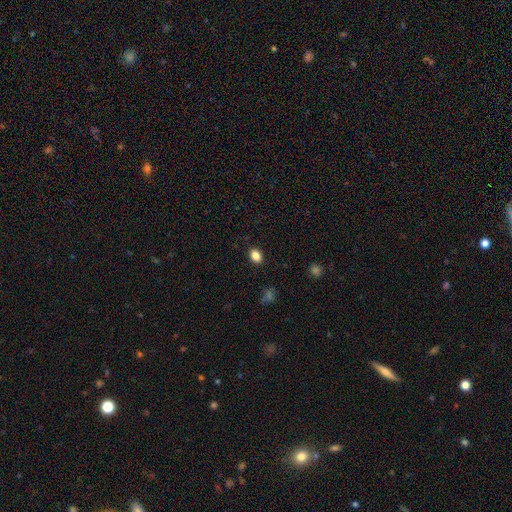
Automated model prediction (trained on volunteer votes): The model was most divided on "how rounded": in between: 71%, round: 28%, cigar-shaped: 1%. More confident: merging — none (89%); smooth or featured — smooth (85%).